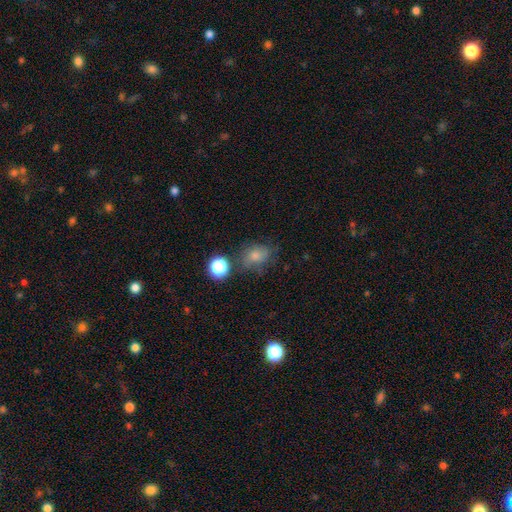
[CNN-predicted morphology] This is likely a smooth galaxy (70%). How rounded: possibly round (50%). Merging: possibly none (58%).